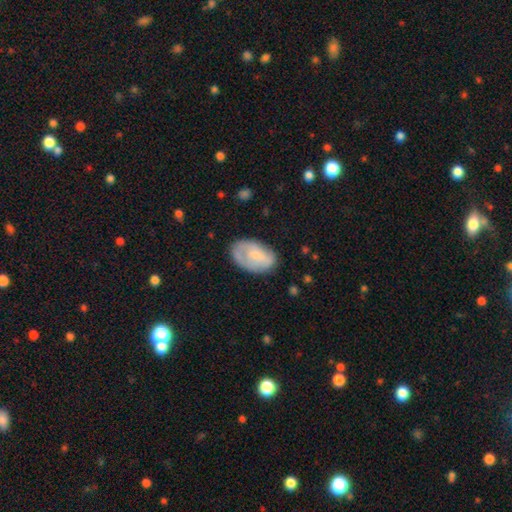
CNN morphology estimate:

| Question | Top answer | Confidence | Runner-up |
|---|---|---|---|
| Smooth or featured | smooth | 54% | featured or disk (39%) |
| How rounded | in between | 90% | round (9%) |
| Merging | none | 62% | minor disturbance (26%) |